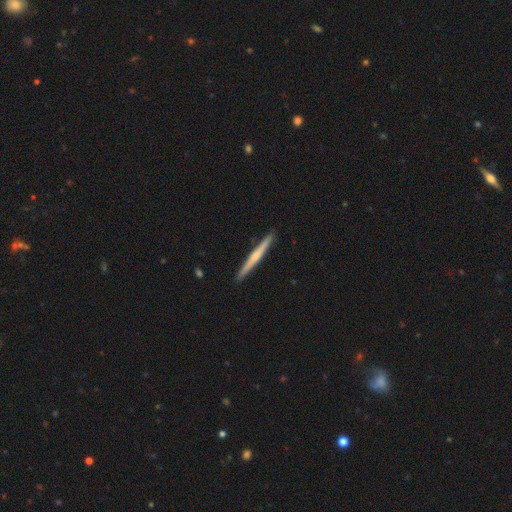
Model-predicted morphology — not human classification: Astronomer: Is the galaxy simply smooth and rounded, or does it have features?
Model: featured or disk — 64%.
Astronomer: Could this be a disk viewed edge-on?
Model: yes — 98%.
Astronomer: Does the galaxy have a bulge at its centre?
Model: rounded — 67%.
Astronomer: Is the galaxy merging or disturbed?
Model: none — 92%.